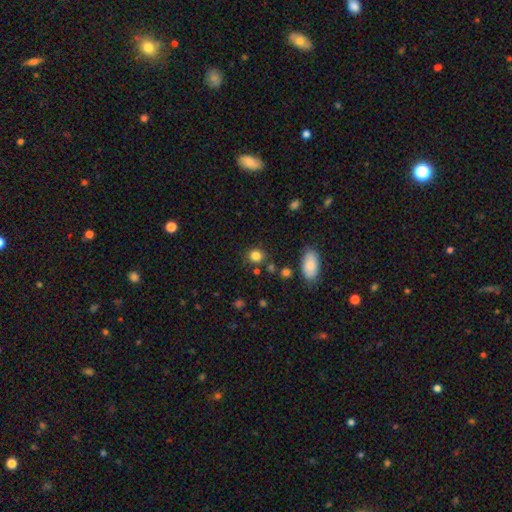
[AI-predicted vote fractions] Smooth or featured? Predicted: smooth (p=0.83). How rounded? Predicted: round (p=0.81). Merging? Predicted: none (p=0.80).